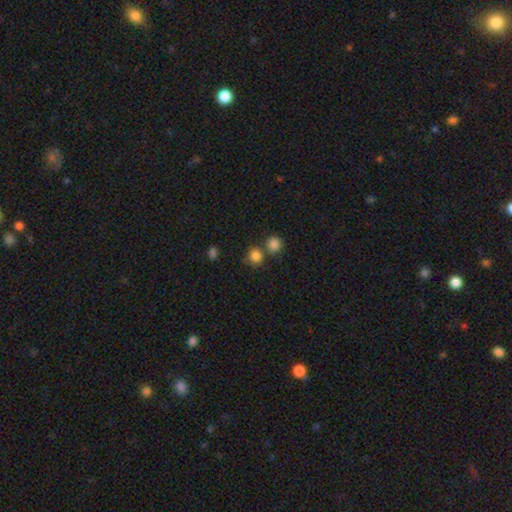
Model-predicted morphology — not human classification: Smooth or featured? smooth (82%)
How rounded? round (85%)
Merging? none (62%)